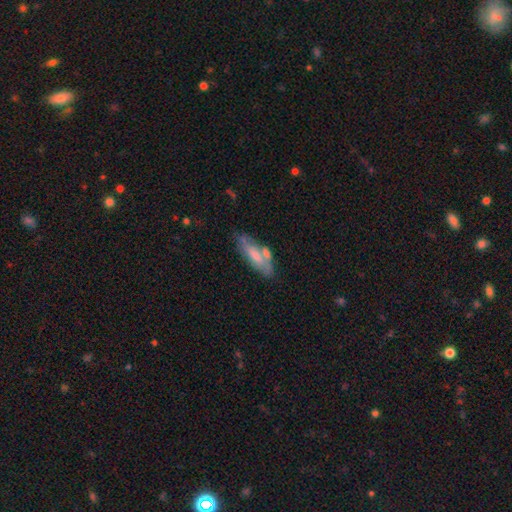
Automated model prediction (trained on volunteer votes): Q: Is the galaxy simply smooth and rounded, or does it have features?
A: smooth — 55%.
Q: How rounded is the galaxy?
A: in between — 52%.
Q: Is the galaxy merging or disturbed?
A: none — 54%.